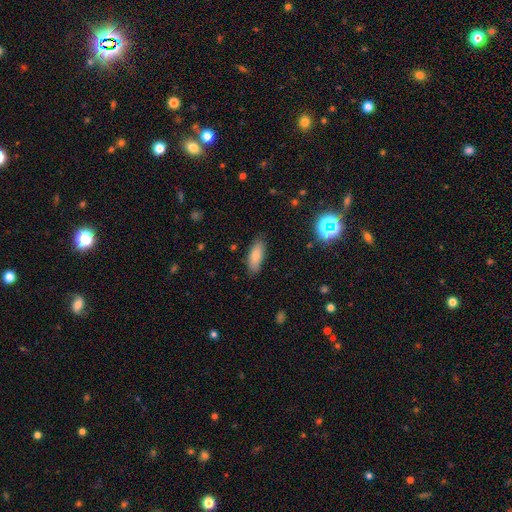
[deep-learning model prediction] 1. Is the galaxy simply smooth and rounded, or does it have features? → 82% smooth, 10% featured or disk, 8% star or artifact.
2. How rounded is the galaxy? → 76% in between, 22% cigar-shaped, 2% round.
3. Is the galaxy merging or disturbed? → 83% none, 13% minor disturbance, 3% major disturbance, 1% merger.